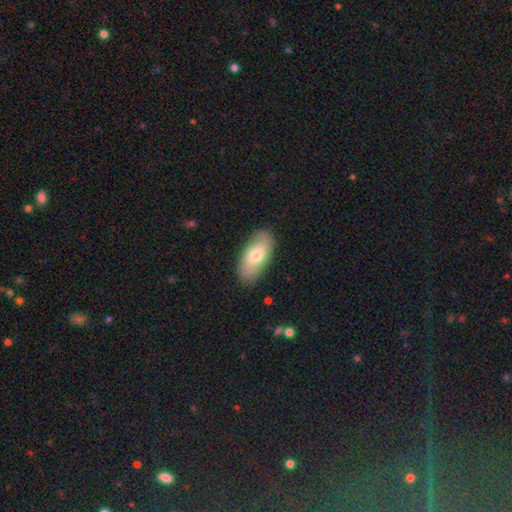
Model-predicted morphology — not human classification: type=smooth (68%); roundness=in between (90%); merging=none (85%).